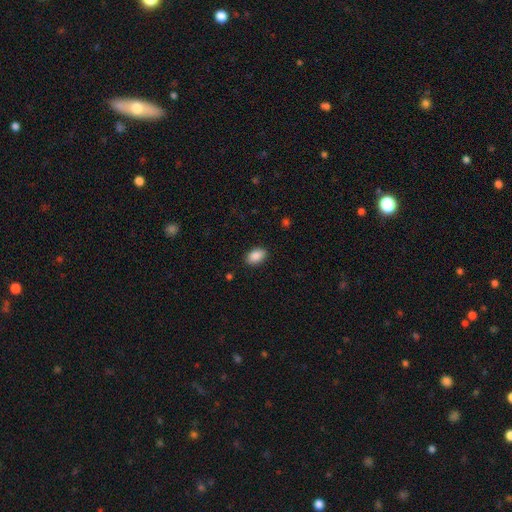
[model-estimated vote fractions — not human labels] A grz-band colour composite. It shows a smooth galaxy with no disk features (89%) that is in between round and cigar-shaped (90%). Merging: none (88%).